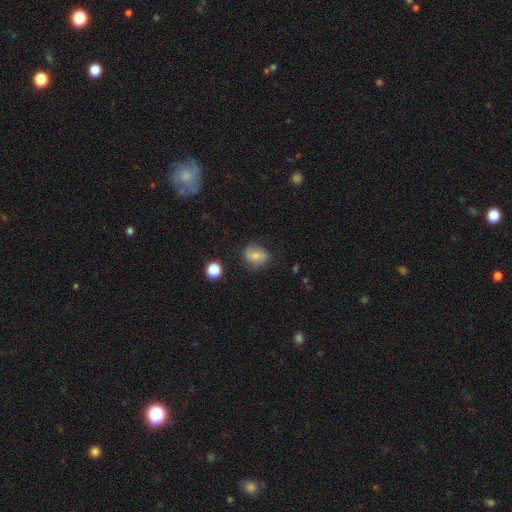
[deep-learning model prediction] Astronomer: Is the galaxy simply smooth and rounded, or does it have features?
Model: smooth — 62%.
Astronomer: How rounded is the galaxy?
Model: round — 62%.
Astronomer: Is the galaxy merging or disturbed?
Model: none — 69%.